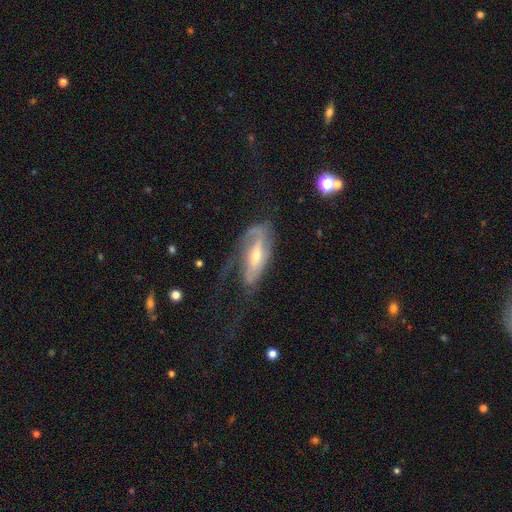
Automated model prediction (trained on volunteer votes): Smooth or featured?
  - featured or disk: 72% *
  - smooth: 22%
  - star or artifact: 6%
Edge-on disk?
  - no: 81% *
  - yes: 19%
Bar?
  - no: 36% *
  - weak: 35%
  - strong: 29%
Spiral arms?
  - yes: 80% *
  - no: 20%
Bulge size?
  - moderate: 53% *
  - small: 41%
  - large: 3%
  - none: 1%
  - dominant: 1%
Merging?
  - major disturbance: 38% *
  - none: 37%
  - minor disturbance: 22%
  - merger: 3%